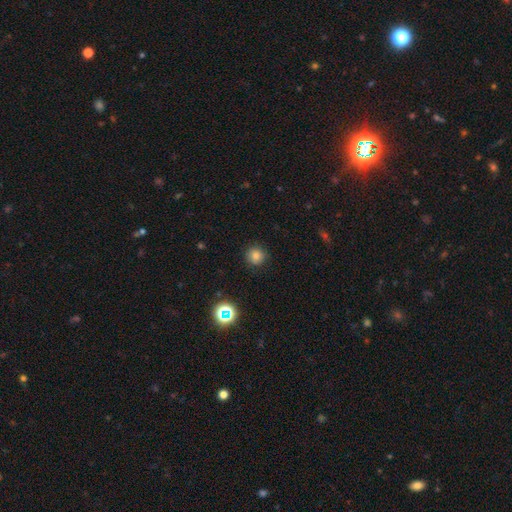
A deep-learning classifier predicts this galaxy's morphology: The model was most divided on "smooth or featured": smooth: 78%, star or artifact: 16%, featured or disk: 6%. More confident: how rounded — round (94%); merging — none (90%).